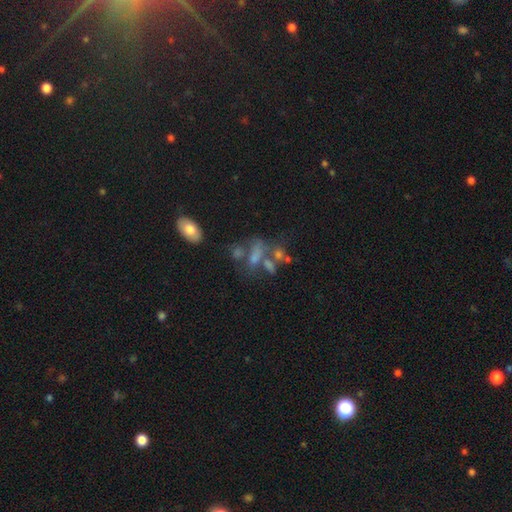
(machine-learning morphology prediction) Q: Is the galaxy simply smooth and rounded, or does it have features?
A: featured or disk — 45%.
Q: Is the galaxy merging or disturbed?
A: none — 37%.